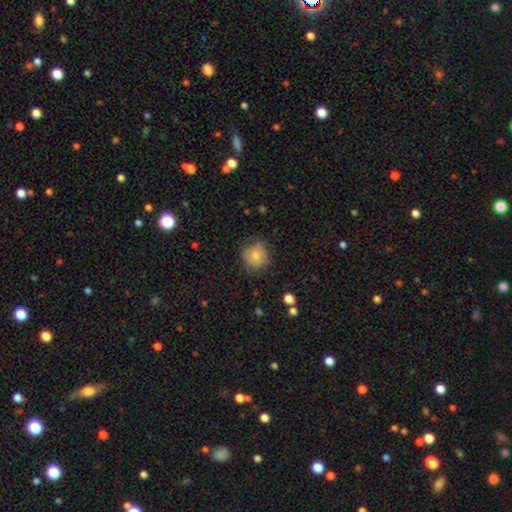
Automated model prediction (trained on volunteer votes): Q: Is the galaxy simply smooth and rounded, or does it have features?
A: smooth — 77%.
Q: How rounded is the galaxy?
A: round — 87%.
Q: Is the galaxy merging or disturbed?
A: none — 70%.